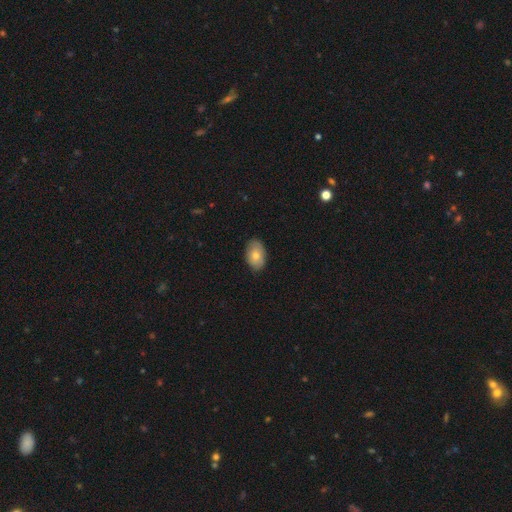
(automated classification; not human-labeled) Smooth or featured? Predicted: smooth (p=0.77). How rounded? Predicted: in between (p=0.90). Merging? Predicted: none (p=0.84).